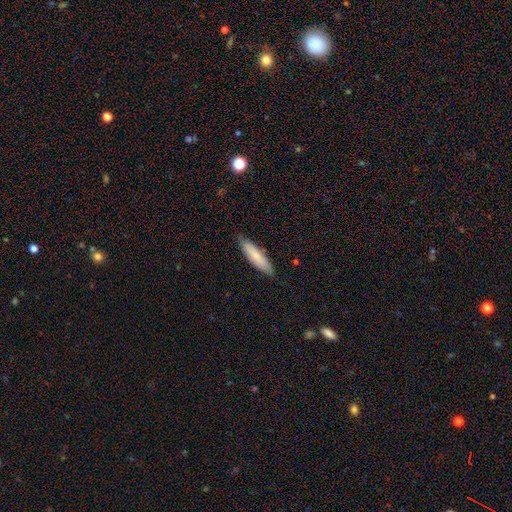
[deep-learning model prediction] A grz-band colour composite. It shows a smooth galaxy with no disk features (76%) that is cigar-shaped (72%). Merging: none (83%).